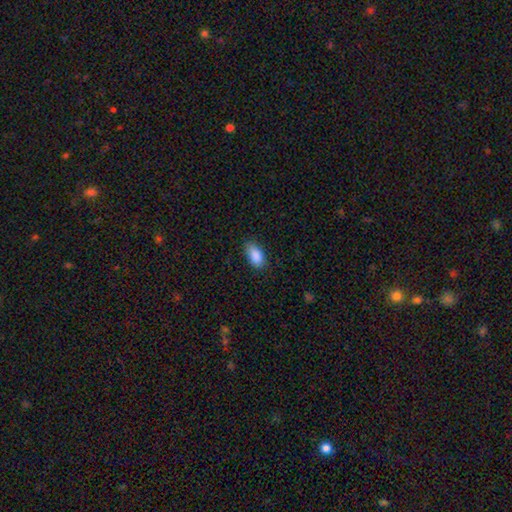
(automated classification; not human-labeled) smooth_or_featured: smooth (p=0.89) [alt: star or artifact p=0.07]
how_rounded: in between (p=0.92) [alt: cigar-shaped p=0.04]
merging: none (p=0.76) [alt: minor disturbance p=0.19]